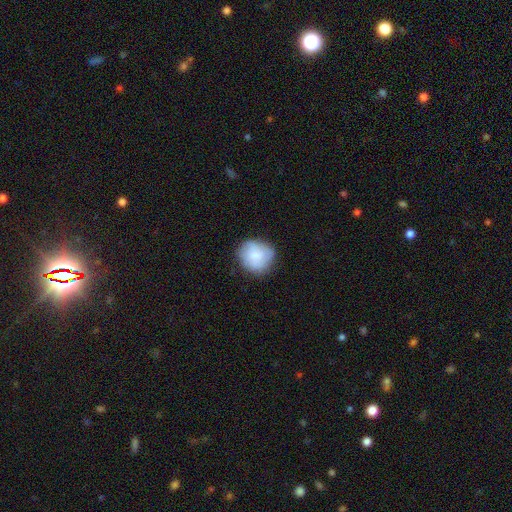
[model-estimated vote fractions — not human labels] Q: Smooth or featured?
A: smooth (77%); runner-up: featured or disk (16%)
Q: How rounded?
A: round (84%); runner-up: in between (15%)
Q: Merging?
A: none (72%); runner-up: minor disturbance (21%)